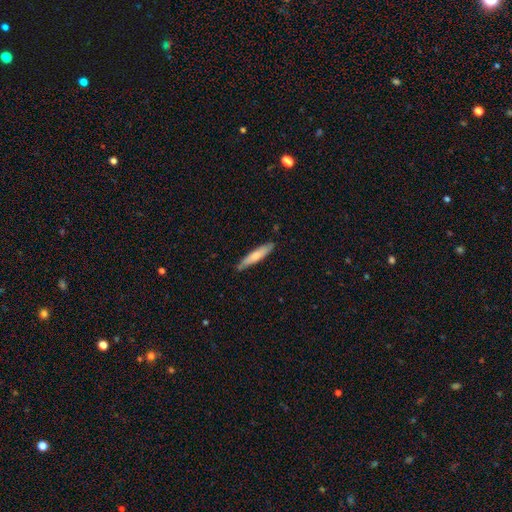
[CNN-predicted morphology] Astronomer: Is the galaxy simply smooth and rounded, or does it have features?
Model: smooth — 68%.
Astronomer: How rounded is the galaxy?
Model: cigar-shaped — 88%.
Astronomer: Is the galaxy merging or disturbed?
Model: none — 82%.